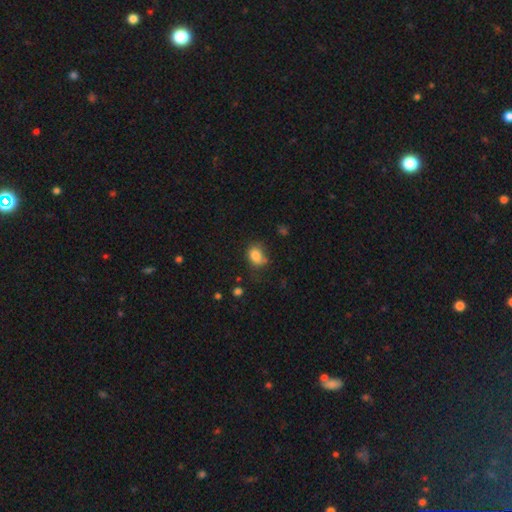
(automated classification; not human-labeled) Q: Smooth or featured?
A: smooth (83%); runner-up: star or artifact (10%)
Q: How rounded?
A: in between (61%); runner-up: round (38%)
Q: Merging?
A: none (54%); runner-up: minor disturbance (31%)